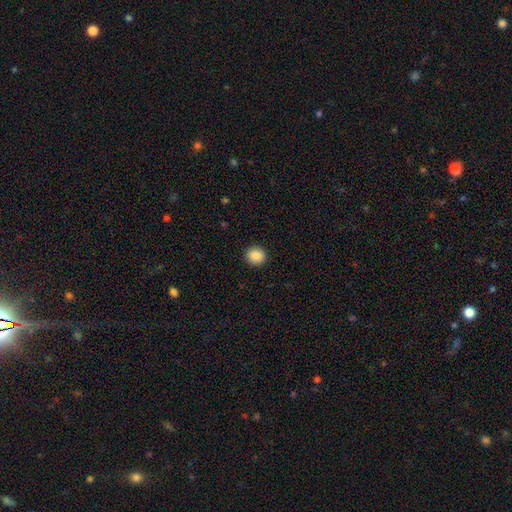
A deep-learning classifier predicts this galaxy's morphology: This is clearly a smooth galaxy (88%). How rounded: clearly round (86%). Merging: clearly none (92%).